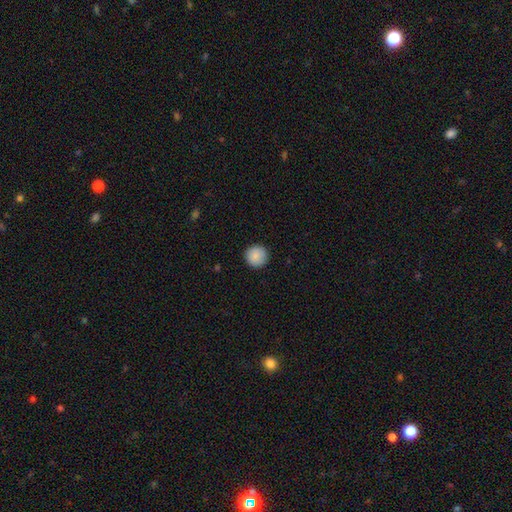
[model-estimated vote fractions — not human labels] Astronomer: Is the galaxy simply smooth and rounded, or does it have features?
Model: smooth — 86%.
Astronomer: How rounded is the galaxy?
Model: round — 96%.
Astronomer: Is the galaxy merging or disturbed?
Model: none — 92%.